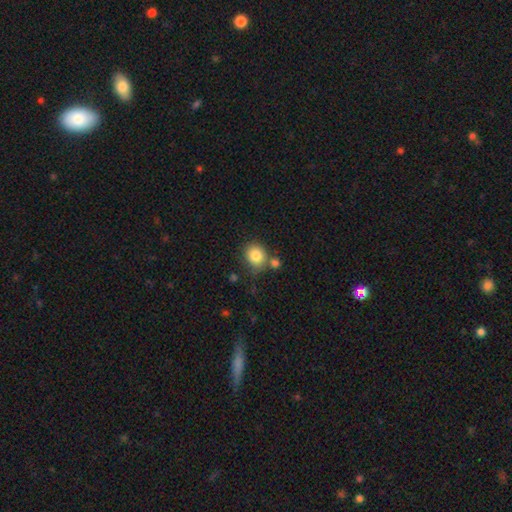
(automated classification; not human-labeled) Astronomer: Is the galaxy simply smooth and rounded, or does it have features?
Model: smooth — 83%.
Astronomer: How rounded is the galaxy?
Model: round — 76%.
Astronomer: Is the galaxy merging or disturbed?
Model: none — 67%.